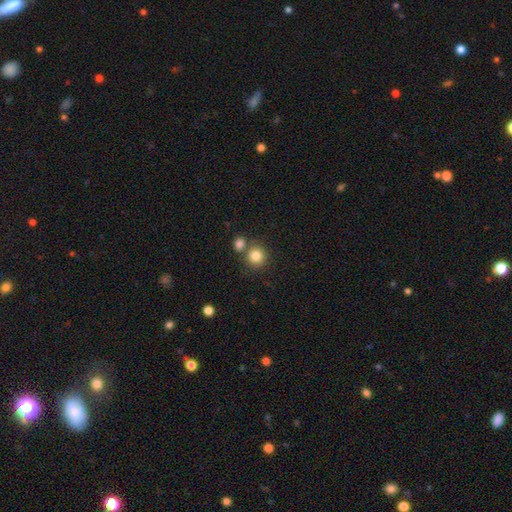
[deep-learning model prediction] Smooth or featured: smooth — 83% (star or artifact — 10%)
How rounded: round — 89% (in between — 10%)
Merging: none — 65% (merger — 24%)